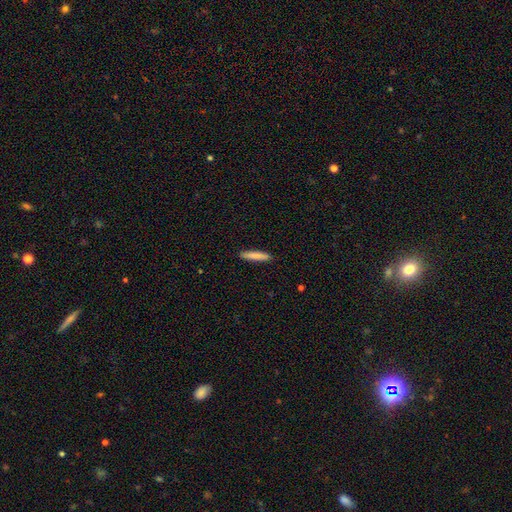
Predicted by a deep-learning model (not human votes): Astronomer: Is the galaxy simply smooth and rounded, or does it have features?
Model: smooth — 84%.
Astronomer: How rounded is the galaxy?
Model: cigar-shaped — 90%.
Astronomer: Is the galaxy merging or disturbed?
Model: none — 91%.